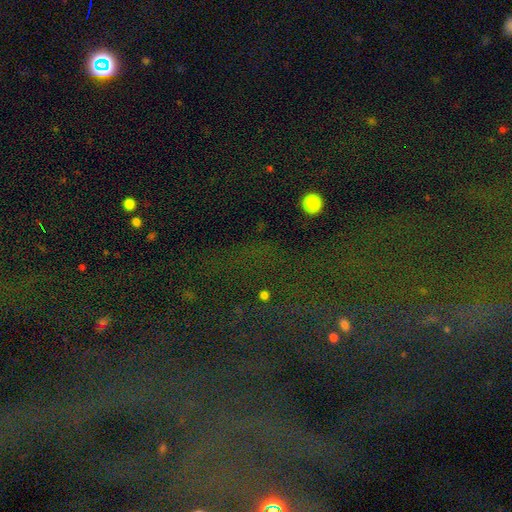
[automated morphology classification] Overall: star or artifact (78%).